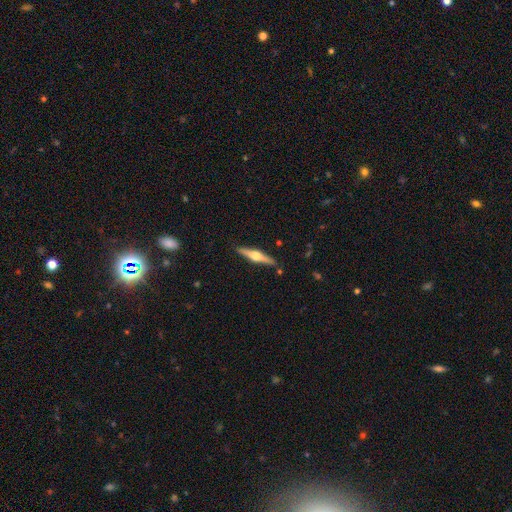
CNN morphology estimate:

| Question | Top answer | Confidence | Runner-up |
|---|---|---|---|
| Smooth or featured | featured or disk | 70% | smooth (24%) |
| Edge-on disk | yes | 98% | no (2%) |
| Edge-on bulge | rounded | 94% | boxy (4%) |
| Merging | none | 88% | minor disturbance (8%) |